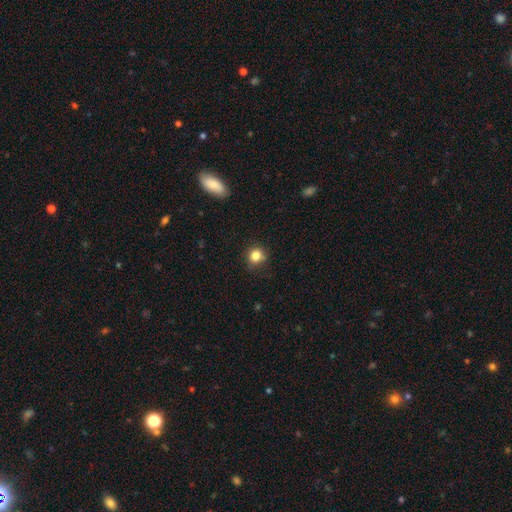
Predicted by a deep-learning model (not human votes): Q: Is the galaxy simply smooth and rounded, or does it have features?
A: smooth — 82%.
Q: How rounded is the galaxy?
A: round — 83%.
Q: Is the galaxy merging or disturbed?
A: none — 78%.